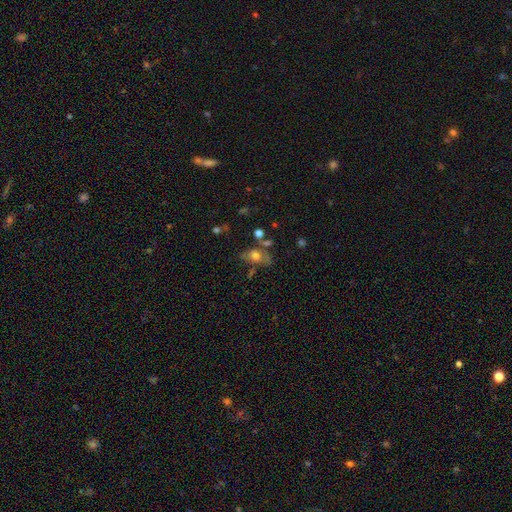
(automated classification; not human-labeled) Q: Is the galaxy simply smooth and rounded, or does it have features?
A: smooth — 60%.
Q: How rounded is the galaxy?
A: in between — 82%.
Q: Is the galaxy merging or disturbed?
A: none — 41%.